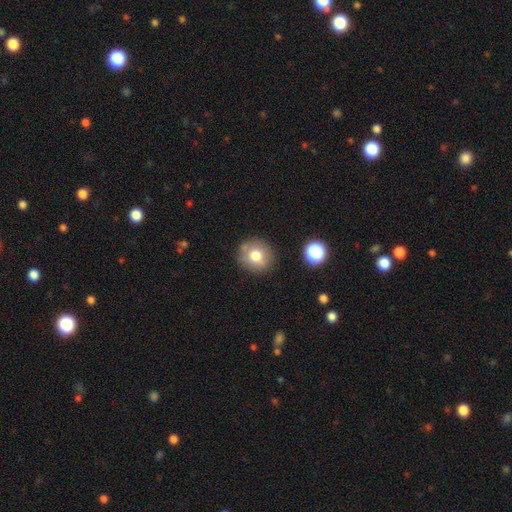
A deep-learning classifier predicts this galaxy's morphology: Smooth or featured?
  - smooth: 76% *
  - featured or disk: 14%
  - star or artifact: 11%
How rounded?
  - round: 87% *
  - in between: 12%
  - cigar-shaped: 1%
Merging?
  - none: 83% *
  - minor disturbance: 11%
  - major disturbance: 3%
  - merger: 3%